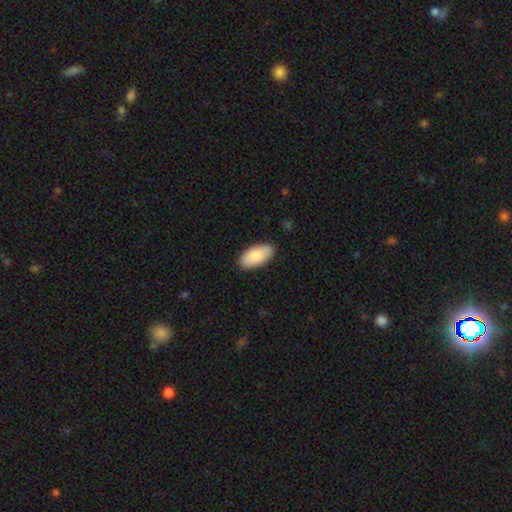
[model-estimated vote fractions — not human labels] A smooth galaxy with no disk features (86%) that is in between round and cigar-shaped (95%). Merging: none (87%).